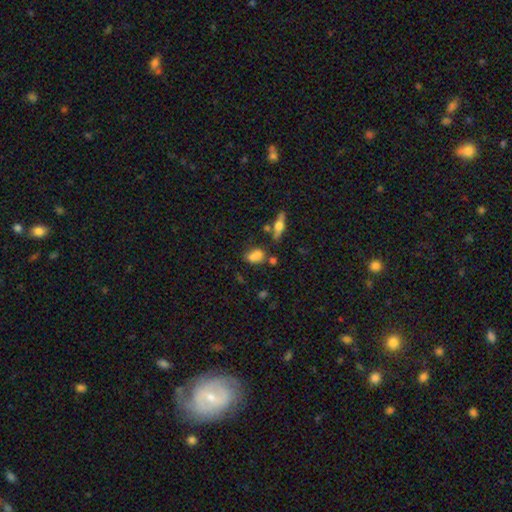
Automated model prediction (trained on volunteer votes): smooth-or-featured: smooth: 66% | featured or disk: 21% | star or artifact: 13%
  how-rounded: in between: 67% | round: 28% | cigar-shaped: 5%
  merging: merger: 43% | none: 37% | minor disturbance: 14% | major disturbance: 6%